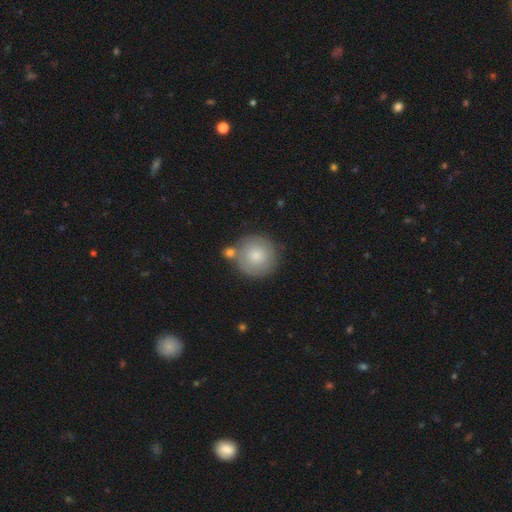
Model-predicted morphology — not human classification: Q: Smooth or featured?
A: smooth (75%); runner-up: featured or disk (19%)
Q: How rounded?
A: round (95%); runner-up: in between (5%)
Q: Merging?
A: none (68%); runner-up: merger (14%)